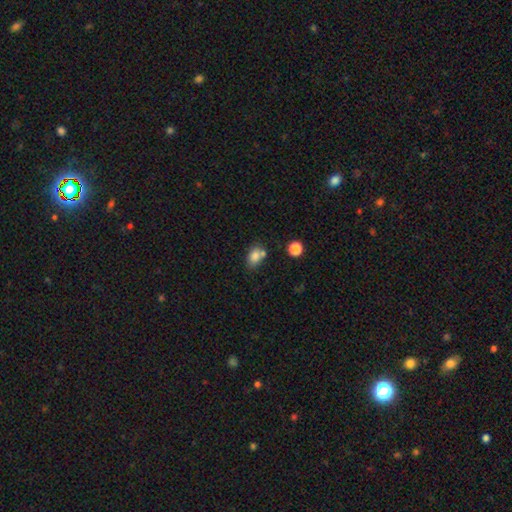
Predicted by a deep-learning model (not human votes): Smooth or featured: smooth — 80% (star or artifact — 11%)
How rounded: in between — 73% (round — 26%)
Merging: none — 52% (merger — 25%)